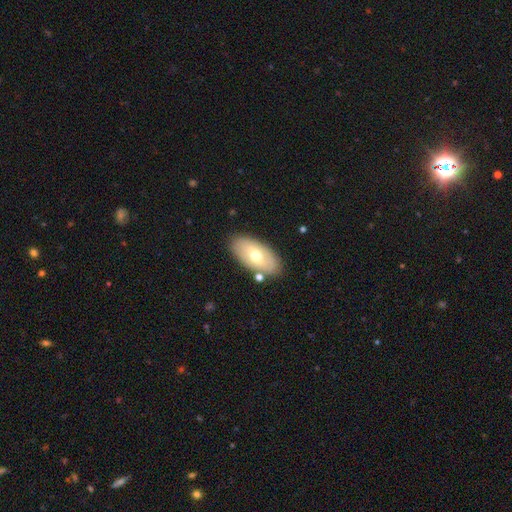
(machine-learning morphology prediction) A smooth galaxy with no disk features (57%) that is in between round and cigar-shaped (92%).

Vote fractions:
- Smooth or featured? smooth: 57% / featured or disk: 37% / star or artifact: 6%
- How rounded? in between: 92% / cigar-shaped: 4% / round: 3%
- Merging? none: 81% / minor disturbance: 11% / merger: 5% / major disturbance: 3%